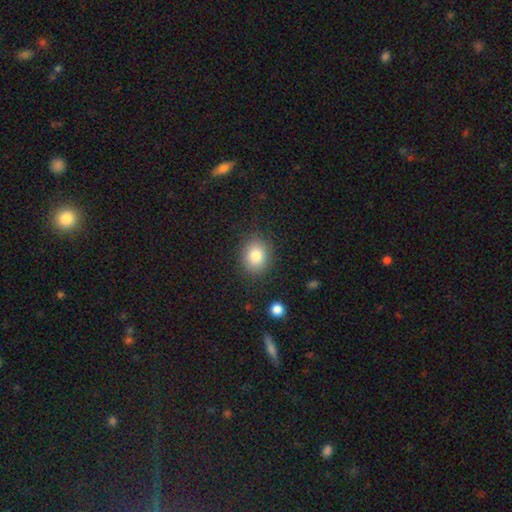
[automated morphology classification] Smooth or featured?
  - smooth: 82% *
  - star or artifact: 10%
  - featured or disk: 8%
How rounded?
  - round: 56% *
  - in between: 43%
  - cigar-shaped: 1%
Merging?
  - none: 85% *
  - minor disturbance: 10%
  - major disturbance: 3%
  - merger: 2%